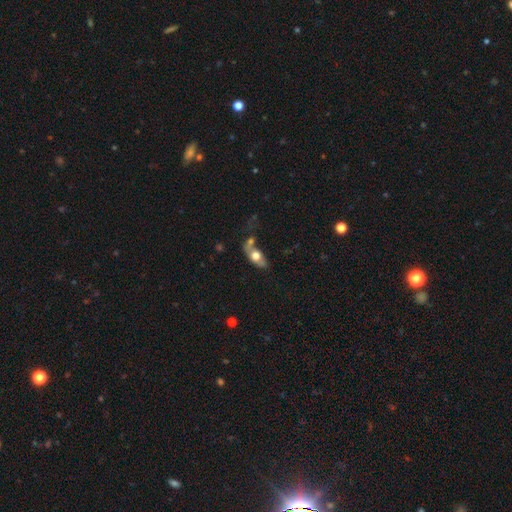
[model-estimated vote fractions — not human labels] A smooth galaxy with no disk features (57%) that is in between round and cigar-shaped (80%).

Vote fractions:
- Smooth or featured? smooth: 57% / featured or disk: 35% / star or artifact: 7%
- How rounded? in between: 80% / cigar-shaped: 11% / round: 10%
- Merging? none: 41% / merger: 32% / minor disturbance: 17% / major disturbance: 10%